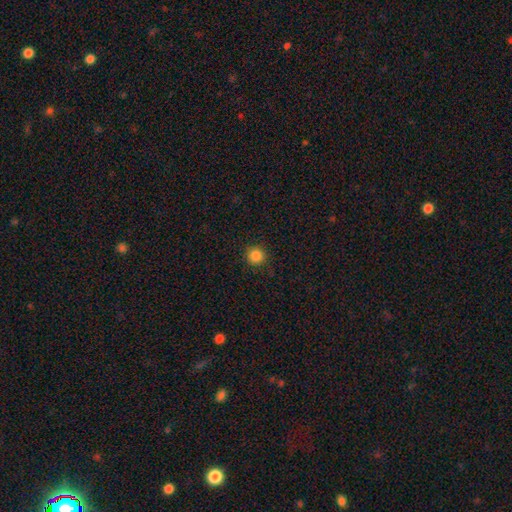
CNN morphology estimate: Smooth or featured? smooth (85%)
How rounded? round (95%)
Merging? none (91%)